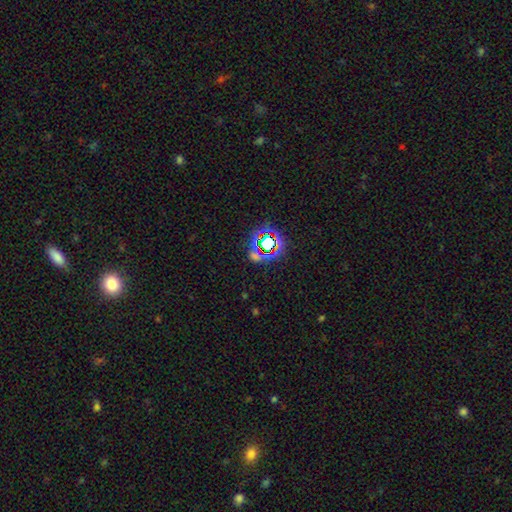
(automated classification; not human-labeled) Smooth or featured? Predicted: star or artifact (p=0.66).